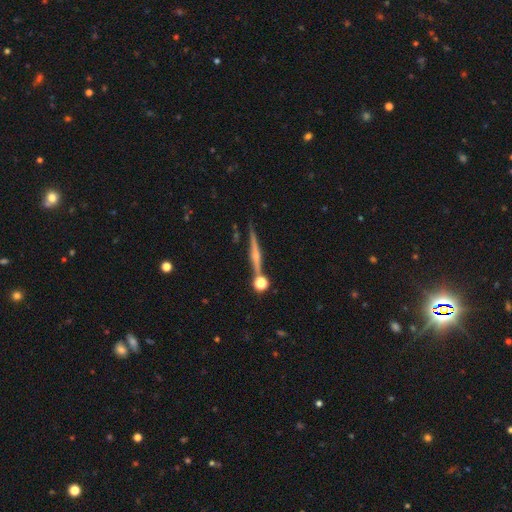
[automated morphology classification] The model was most divided on "edge-on bulge": rounded: 69%, none: 19%, boxy: 12%. More confident: edge-on disk — yes (97%); merging — none (82%); smooth or featured — featured or disk (73%).